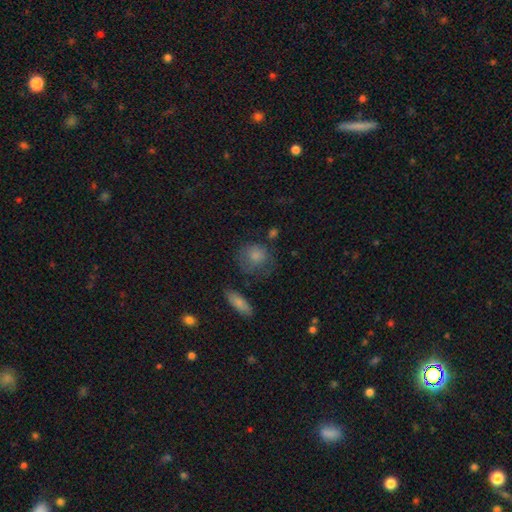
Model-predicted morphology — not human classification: smooth 78%, featured or disk 13%, star or artifact 9%. Down the decision tree: how rounded — round (79%); merging — none (55%).